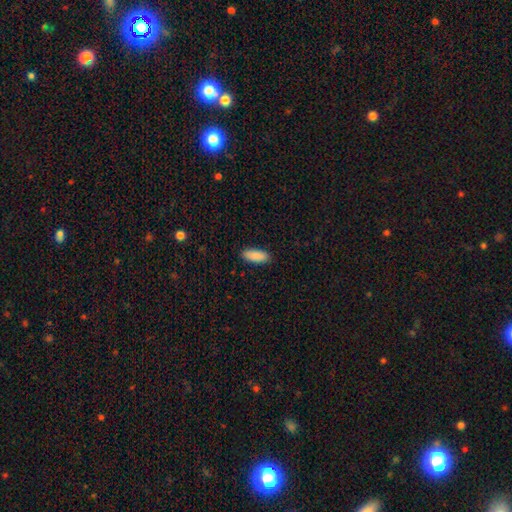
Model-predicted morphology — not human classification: This is clearly a smooth galaxy (90%). How rounded: likely in between (76%). Merging: clearly none (90%).